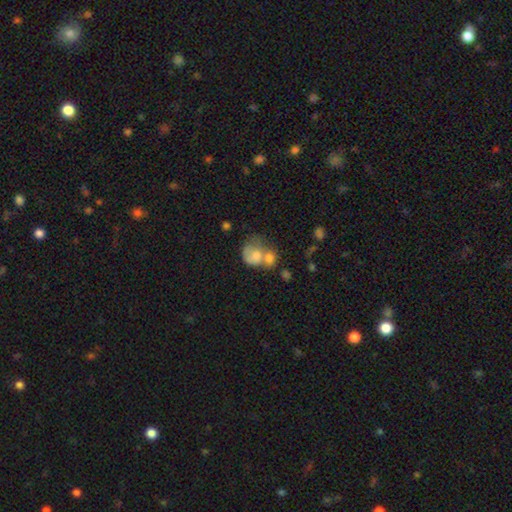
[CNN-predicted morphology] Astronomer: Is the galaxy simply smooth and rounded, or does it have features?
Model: smooth — 58%.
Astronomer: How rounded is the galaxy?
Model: round — 55% (runner-up: in between, 44%).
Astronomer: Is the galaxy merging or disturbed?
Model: merger — 55%.